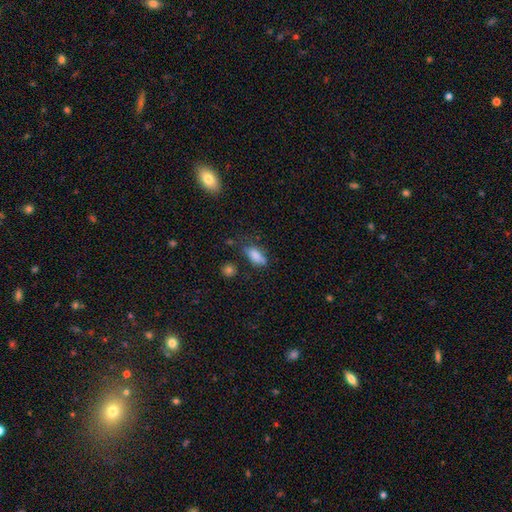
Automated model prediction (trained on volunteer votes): This is clearly a smooth galaxy (83%). How rounded: clearly in between (84%). Merging: possibly none (56%).